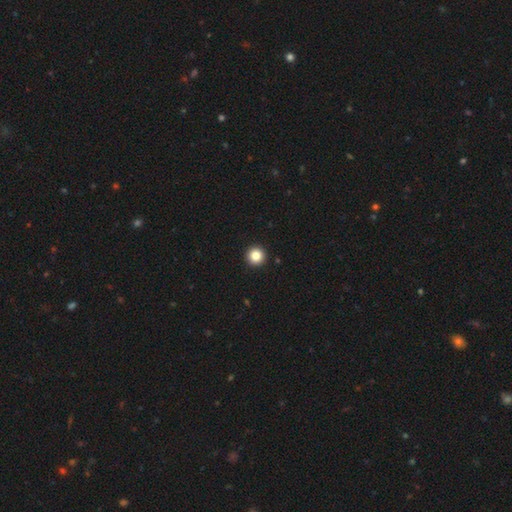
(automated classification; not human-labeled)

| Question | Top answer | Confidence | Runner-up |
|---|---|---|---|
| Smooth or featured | smooth | 85% | star or artifact (10%) |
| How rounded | round | 97% | in between (2%) |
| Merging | none | 94% | minor disturbance (4%) |